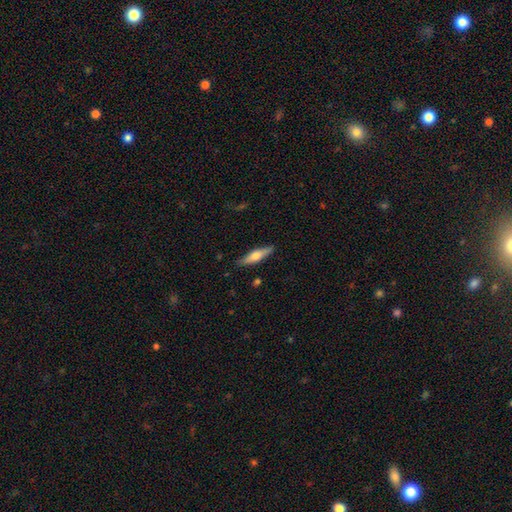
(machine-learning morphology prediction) Smooth or featured? Predicted: smooth (p=0.52). How rounded? Predicted: cigar-shaped (p=0.74). Merging? Predicted: none (p=0.87).